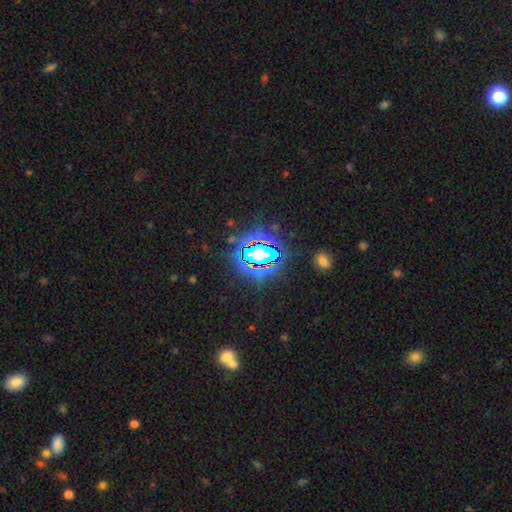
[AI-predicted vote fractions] smooth_or_featured: star or artifact (p=0.75) [alt: smooth p=0.14]